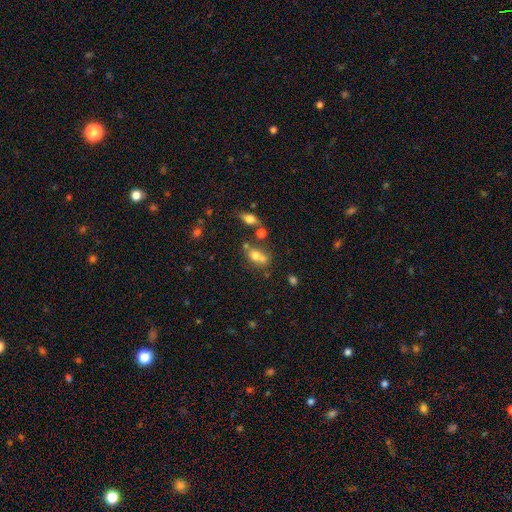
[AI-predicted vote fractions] Smooth or featured? smooth (67%)
How rounded? in between (62%)
Merging? merger (41%)